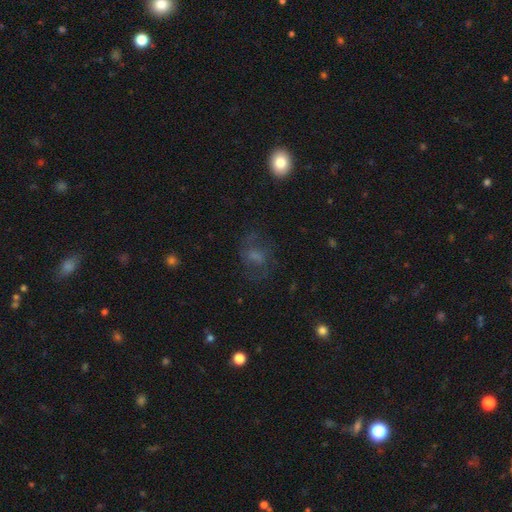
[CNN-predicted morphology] smooth_or_featured: smooth (p=0.44) [alt: featured or disk p=0.36]
merging: none (p=0.58) [alt: major disturbance p=0.22]